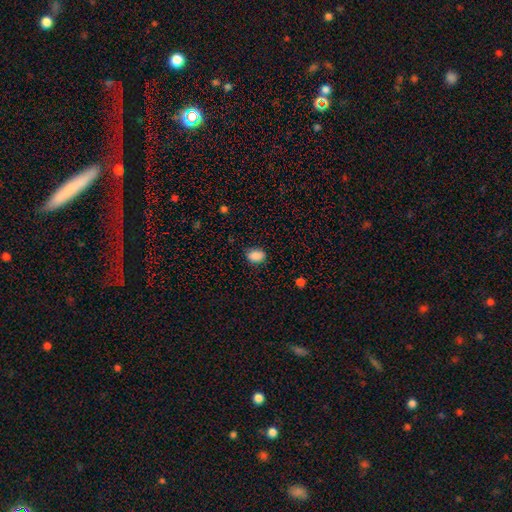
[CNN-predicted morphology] smooth-or-featured: smooth: 88% | star or artifact: 9% | featured or disk: 3%
  how-rounded: in between: 70% | round: 29% | cigar-shaped: 1%
  merging: none: 80% | minor disturbance: 16% | major disturbance: 3% | merger: 1%